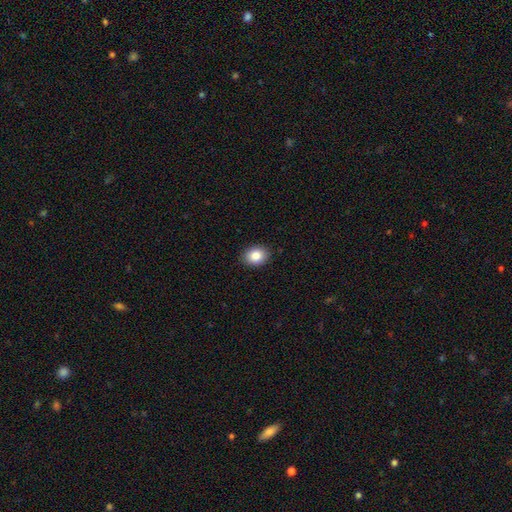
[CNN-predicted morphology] smooth_or_featured: smooth (p=0.86) [alt: star or artifact p=0.08]
how_rounded: in between (p=0.58) [alt: round p=0.41]
merging: none (p=0.89) [alt: minor disturbance p=0.08]